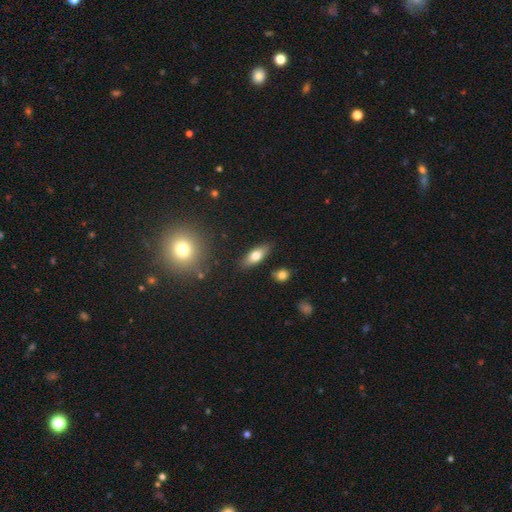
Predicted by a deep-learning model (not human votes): A smooth galaxy with no disk features (70%) that is in between round and cigar-shaped (72%).

Vote fractions:
- Smooth or featured? smooth: 70% / featured or disk: 23% / star or artifact: 7%
- How rounded? in between: 72% / cigar-shaped: 25% / round: 3%
- Merging? none: 84% / minor disturbance: 11% / merger: 3% / major disturbance: 3%